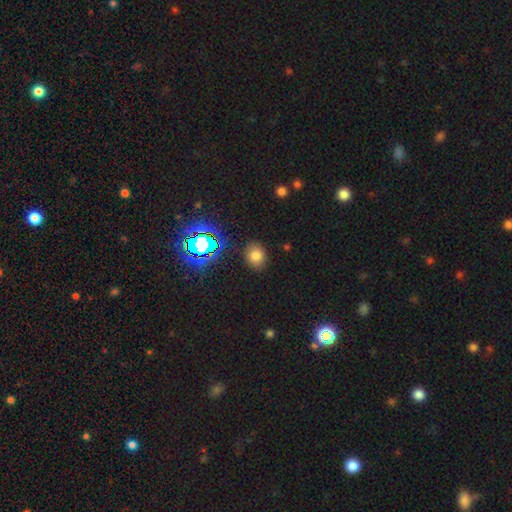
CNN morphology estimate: smooth 72%, star or artifact 20%, featured or disk 8%. Down the decision tree: how rounded — round (57%); merging — none (85%).